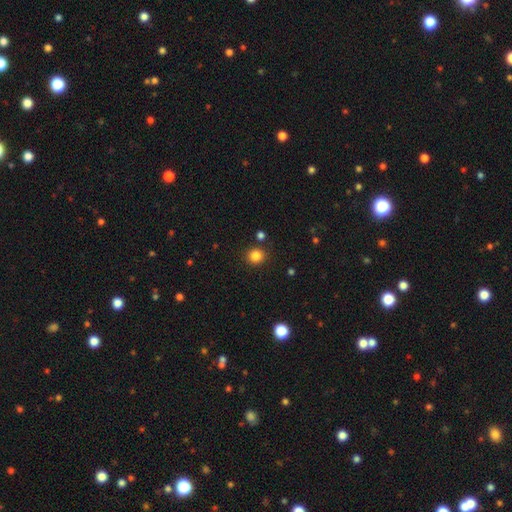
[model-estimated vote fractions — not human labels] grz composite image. It shows a smooth galaxy with no disk features (84%) that is round (88%). Merging: none (86%).